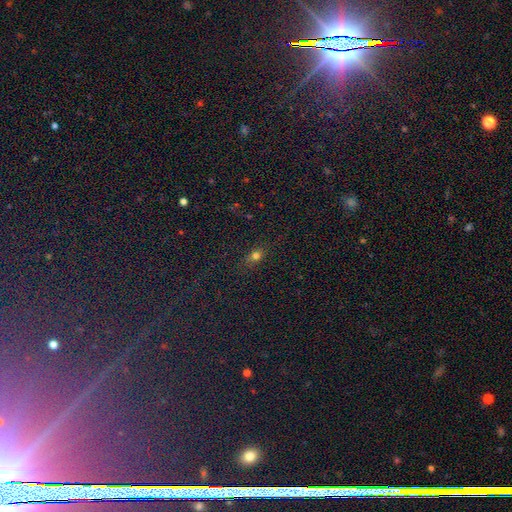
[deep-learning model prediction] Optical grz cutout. It shows a smooth galaxy with no disk features (69%) that is in between round and cigar-shaped (58%). Merging: none (81%).